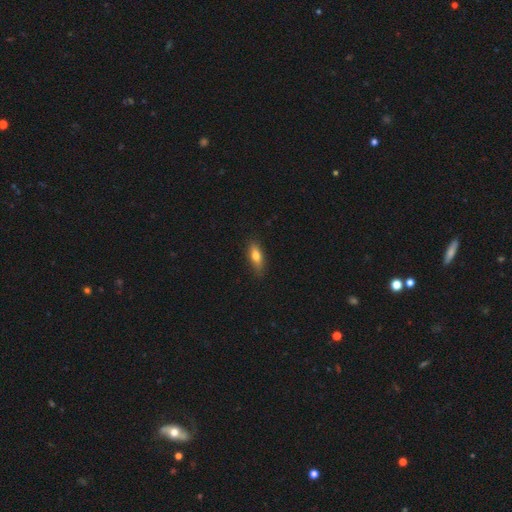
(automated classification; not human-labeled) Q: Smooth or featured?
A: smooth (70%); runner-up: featured or disk (23%)
Q: How rounded?
A: in between (59%); runner-up: cigar-shaped (38%)
Q: Merging?
A: none (82%); runner-up: minor disturbance (15%)